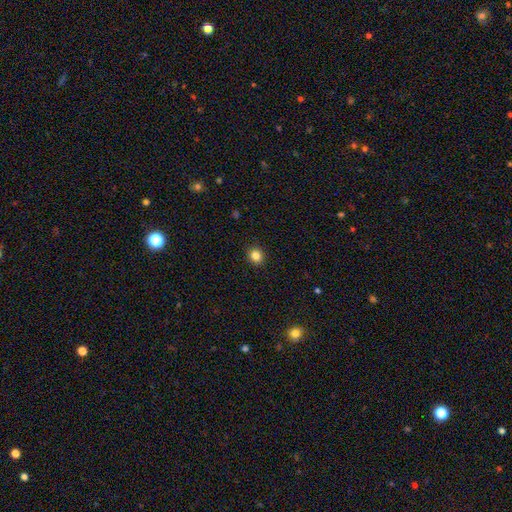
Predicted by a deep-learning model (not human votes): smooth 84%, star or artifact 11%, featured or disk 5%. Down the decision tree: how rounded — round (84%); merging — none (92%).